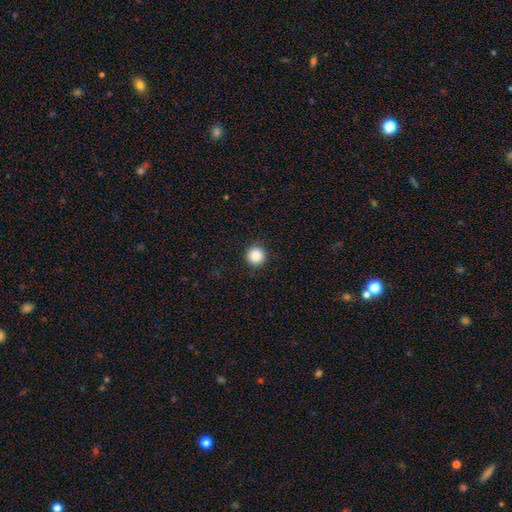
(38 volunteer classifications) A smooth galaxy with no disk features (95%) that is round (100%). Merging: none (94%).